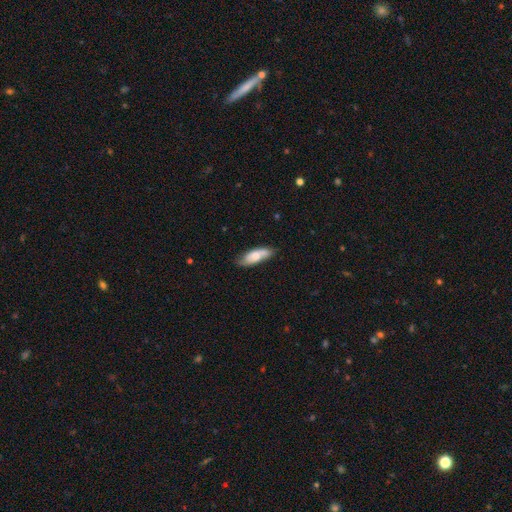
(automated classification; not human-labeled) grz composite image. It shows a smooth galaxy with no disk features (65%) that is in between round and cigar-shaped (63%). Merging: none (67%).